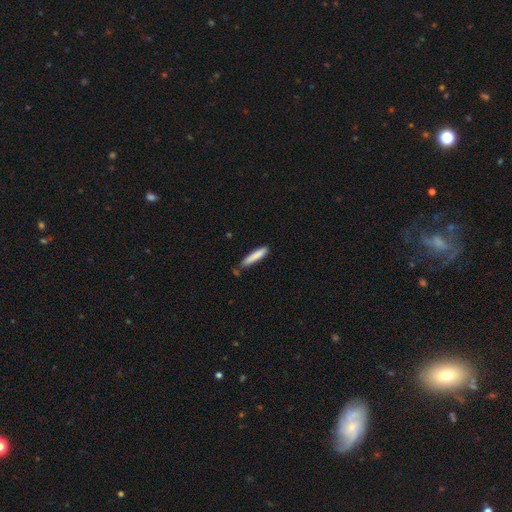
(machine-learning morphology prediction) smooth_or_featured: smooth (p=0.83) [alt: featured or disk p=0.11]
how_rounded: cigar-shaped (p=0.90) [alt: in between p=0.09]
merging: none (p=0.73) [alt: minor disturbance p=0.18]